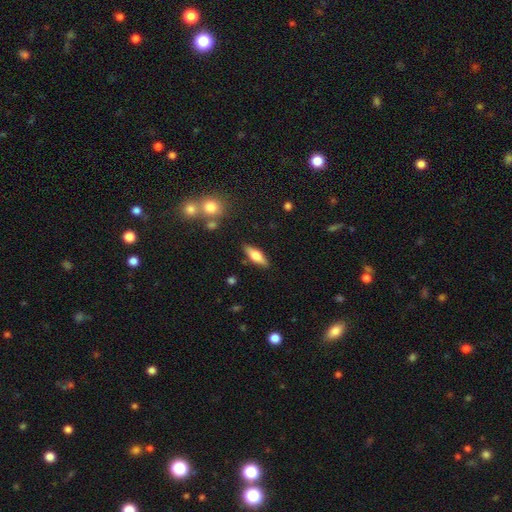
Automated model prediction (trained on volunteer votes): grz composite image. It shows a smooth galaxy with no disk features (58%) that is in between round and cigar-shaped (58%). Merging: none (86%).